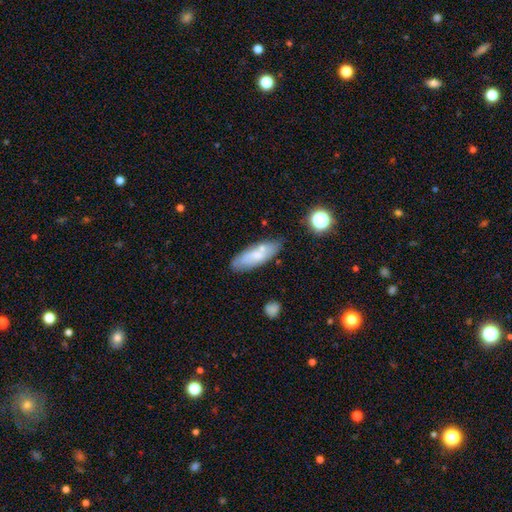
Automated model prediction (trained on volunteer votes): This is likely a smooth galaxy (68%). How rounded: possibly in between (58%). Merging: likely none (73%).